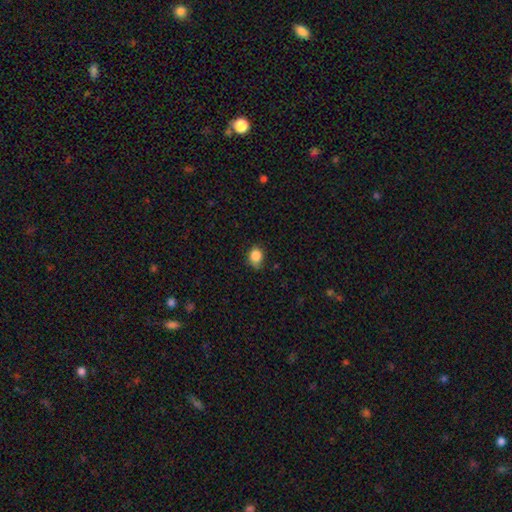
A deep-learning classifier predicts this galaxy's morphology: Smooth or featured? Predicted: smooth (p=0.86). How rounded? Predicted: round (p=0.54). Merging? Predicted: none (p=0.63).